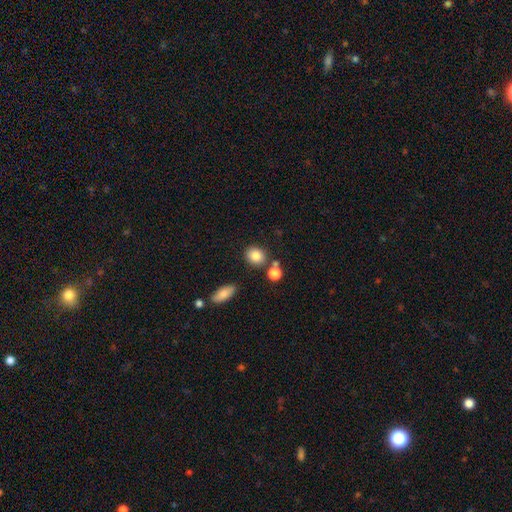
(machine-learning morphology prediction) This is clearly a smooth galaxy (84%). How rounded: likely round (68%). Merging: likely none (76%).